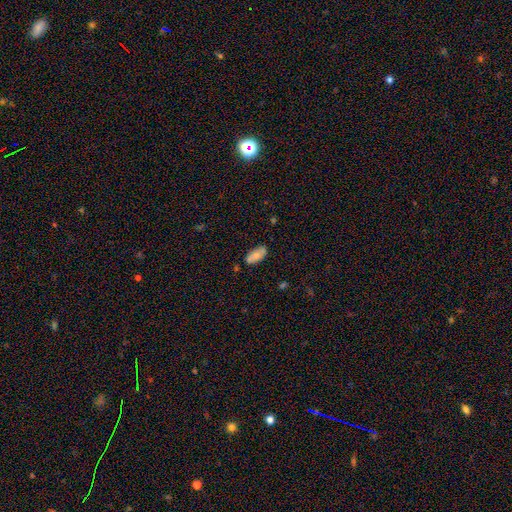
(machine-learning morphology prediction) Smooth or featured?
  - smooth: 74% *
  - featured or disk: 19%
  - star or artifact: 7%
How rounded?
  - in between: 90% *
  - cigar-shaped: 8%
  - round: 2%
Merging?
  - none: 76% *
  - minor disturbance: 18%
  - major disturbance: 3%
  - merger: 3%